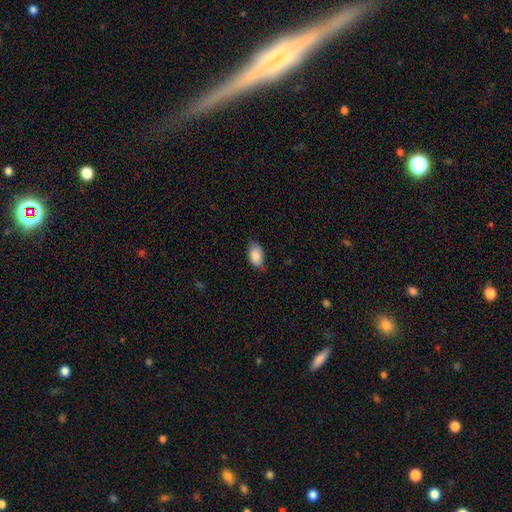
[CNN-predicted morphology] Q: Smooth or featured?
A: smooth (87%); runner-up: star or artifact (7%)
Q: How rounded?
A: in between (92%); runner-up: round (6%)
Q: Merging?
A: none (70%); runner-up: minor disturbance (25%)